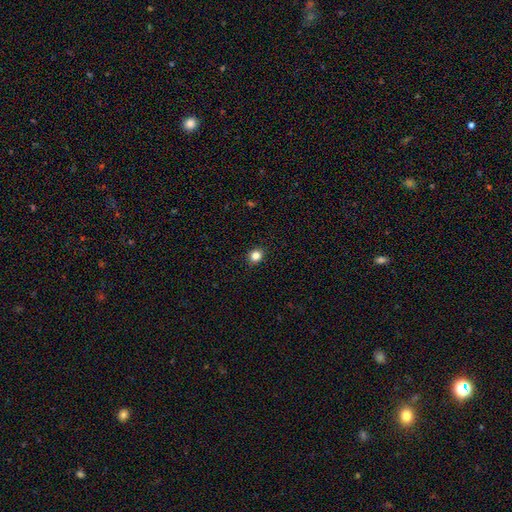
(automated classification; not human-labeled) Overall: smooth (83%). How rounded: round (80%). Merging: none (92%).